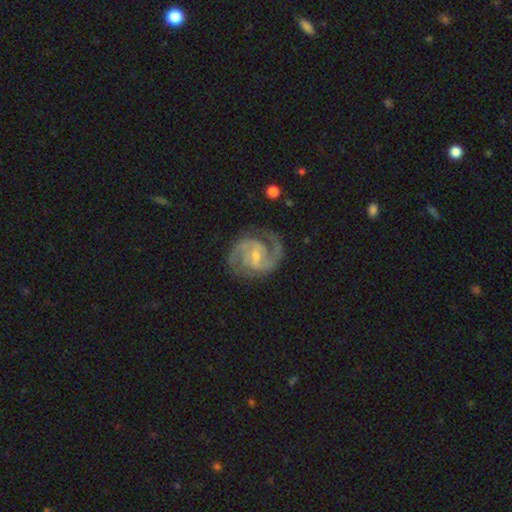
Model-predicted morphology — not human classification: featured or disk 93%, star or artifact 4%, smooth 3%. Down the decision tree: edge-on disk — no (98%); bar — weak (53%); spiral arms — yes (98%); spiral arm count — 2 (88%); spiral winding — medium (55%); bulge size — small (64%); merging — none (79%).